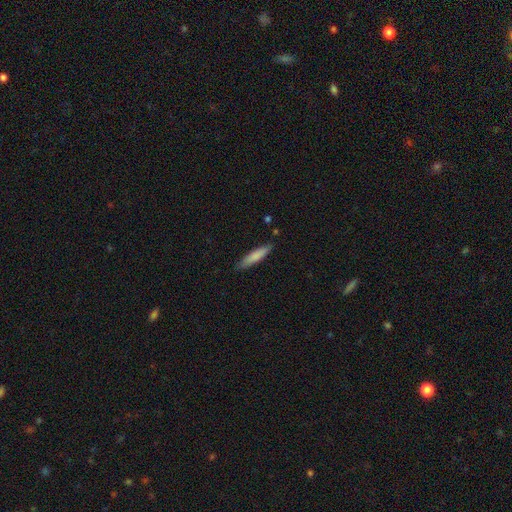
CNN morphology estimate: type=smooth (80%); roundness=cigar-shaped (84%); merging=none (85%).